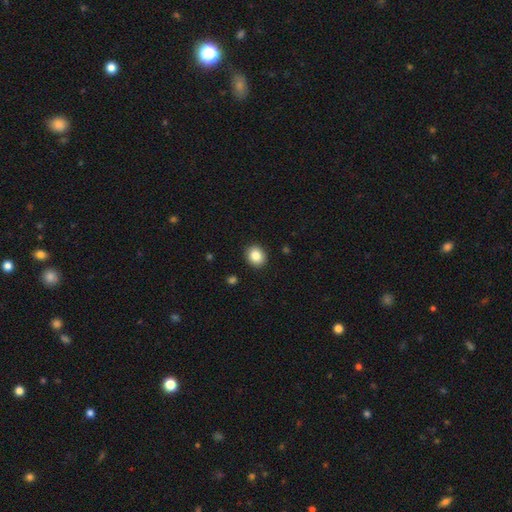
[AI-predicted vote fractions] Overall: smooth (85%). How rounded: round (65%; in between 34%). Merging: none (91%).